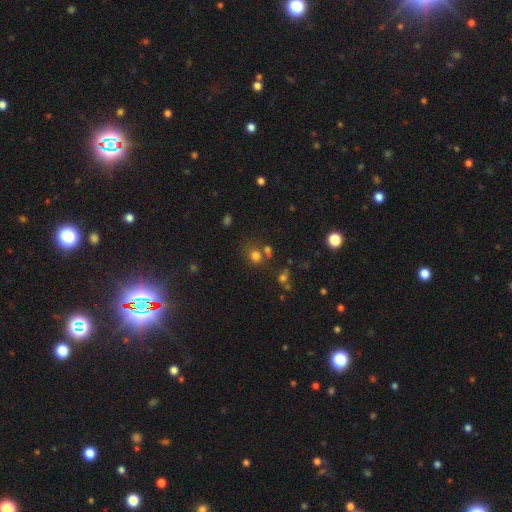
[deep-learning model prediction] This appears to be a smooth galaxy with no disk features (72%) that is round (74%). Merging: none (60%).